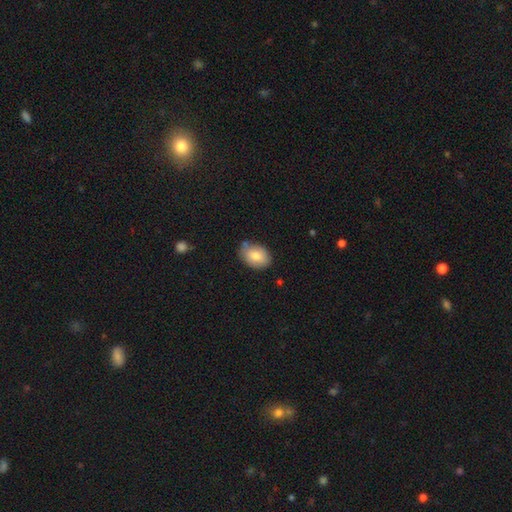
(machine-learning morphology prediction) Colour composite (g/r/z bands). It shows a smooth galaxy with no disk features (79%) that is in between round and cigar-shaped (83%). Merging: none (75%).